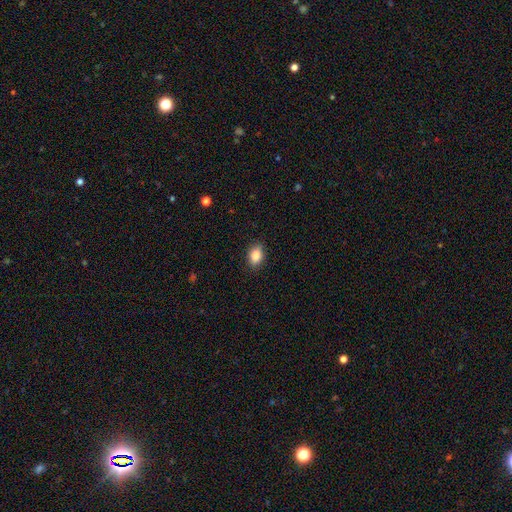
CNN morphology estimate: A smooth galaxy with no disk features (87%) that is in between round and cigar-shaped (78%).

Vote fractions:
- Smooth or featured? smooth: 87% / star or artifact: 8% / featured or disk: 5%
- How rounded? in between: 78% / round: 20% / cigar-shaped: 2%
- Merging? none: 86% / minor disturbance: 11% / major disturbance: 2% / merger: 1%